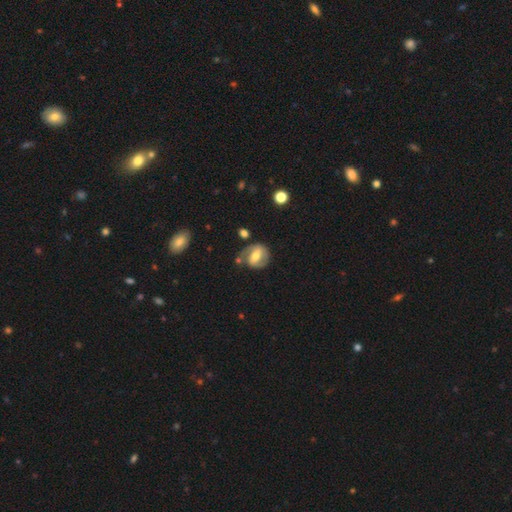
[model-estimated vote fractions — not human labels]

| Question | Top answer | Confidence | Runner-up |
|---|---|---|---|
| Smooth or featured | featured or disk | 63% | smooth (31%) |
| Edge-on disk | no | 96% | yes (4%) |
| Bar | weak | 41% | strong (37%) |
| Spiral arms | yes | 74% | no (26%) |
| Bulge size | moderate | 67% | small (22%) |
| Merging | none | 59% | minor disturbance (22%) |